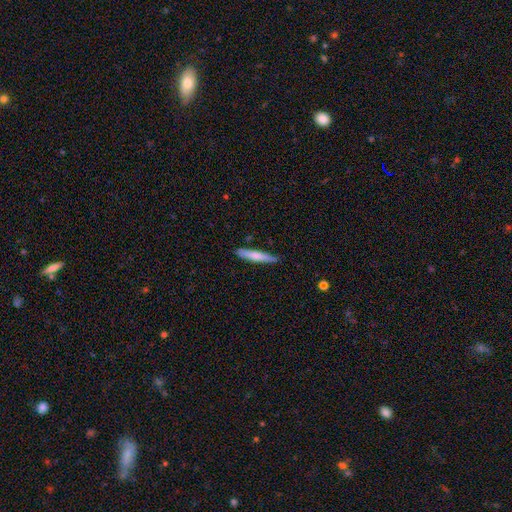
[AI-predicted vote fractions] Smooth or featured: smooth — 70% (featured or disk — 25%)
How rounded: cigar-shaped — 92% (in between — 6%)
Merging: none — 85% (minor disturbance — 12%)